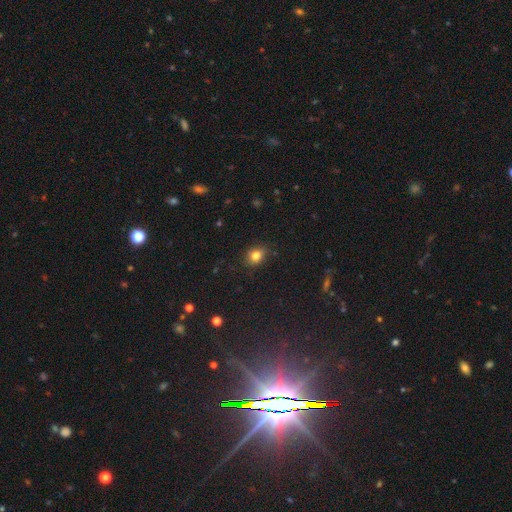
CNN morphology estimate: This is clearly a smooth galaxy (81%). How rounded: possibly in between (55%). Merging: clearly none (82%).